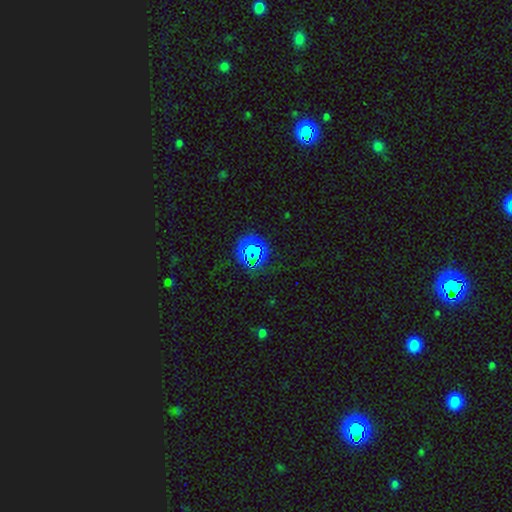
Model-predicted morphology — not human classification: Smooth or featured? Predicted: star or artifact (p=0.66).